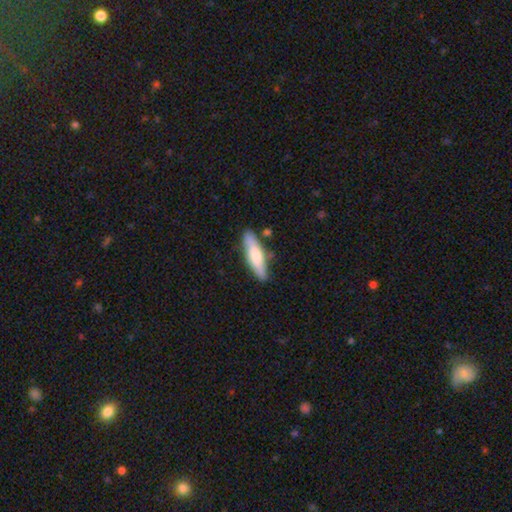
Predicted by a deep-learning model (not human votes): A smooth galaxy with no disk features (64%) that is cigar-shaped (67%). Merging: none (79%).